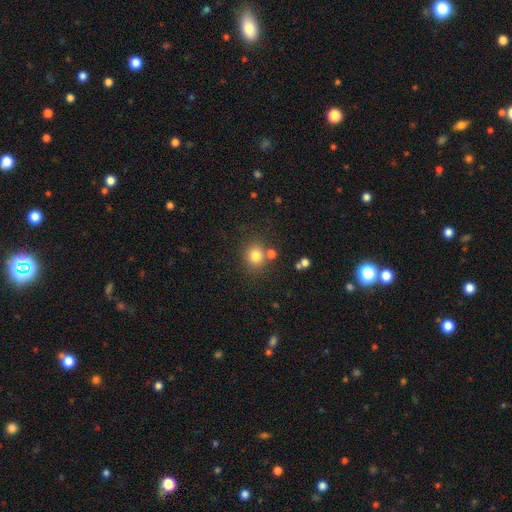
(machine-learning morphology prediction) Overall: smooth (79%). How rounded: round (83%). Merging: none (73%).